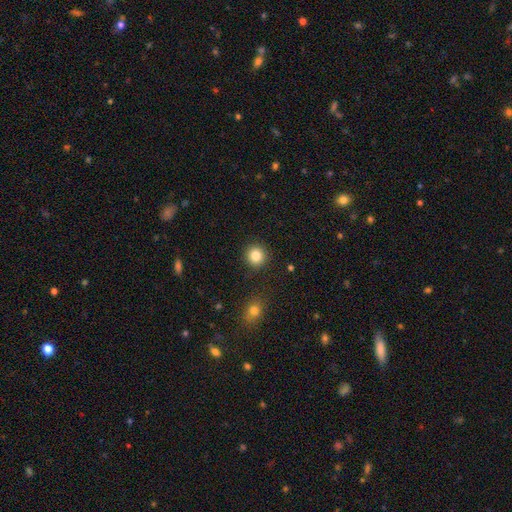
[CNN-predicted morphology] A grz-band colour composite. It shows a smooth galaxy with no disk features (84%) that is round (93%). Merging: none (91%).